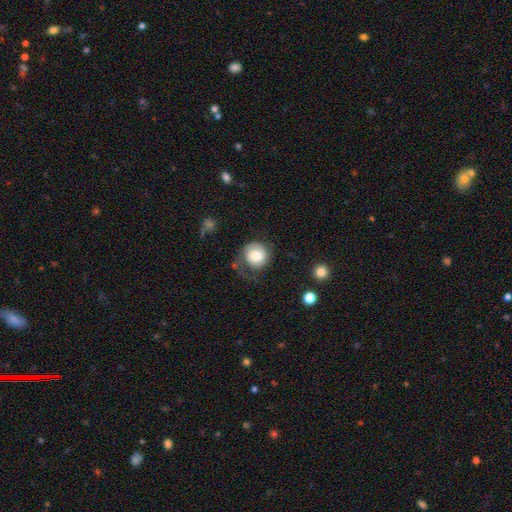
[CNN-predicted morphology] A smooth galaxy with no disk features (60%) that is round (86%).

Vote fractions:
- Smooth or featured? smooth: 60% / featured or disk: 32% / star or artifact: 7%
- How rounded? round: 86% / in between: 13% / cigar-shaped: 1%
- Merging? none: 46% / major disturbance: 27% / minor disturbance: 24% / merger: 2%